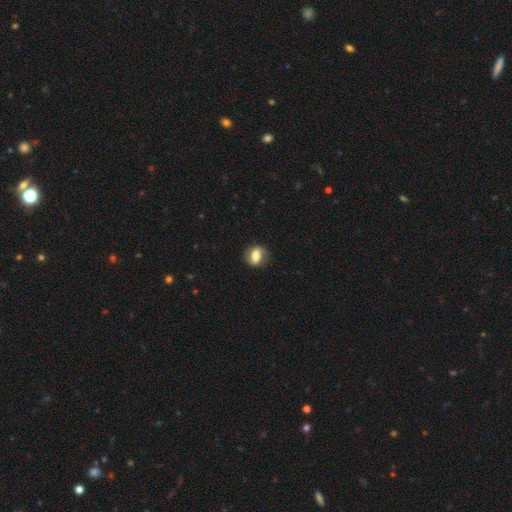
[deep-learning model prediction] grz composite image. It shows a smooth galaxy with no disk features (55%) that is in between round and cigar-shaped (60%). Merging: none (78%).